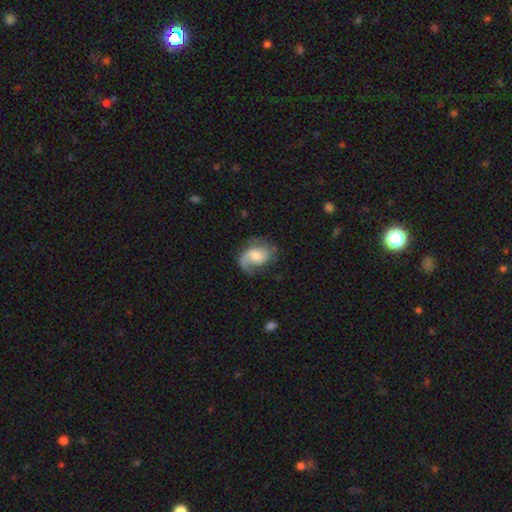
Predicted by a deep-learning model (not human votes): smooth_or_featured: featured or disk (p=0.76) [alt: smooth p=0.18]
disk_edge_on: no (p=0.97) [alt: yes p=0.03]
bar: no (p=0.56) [alt: weak p=0.37]
has_spiral_arms: yes (p=0.93) [alt: no p=0.07]
spiral_winding: medium (p=0.44) [alt: loose p=0.36]
spiral_arm_count: 2 (p=0.58) [alt: 1 p=0.31]
bulge_size: moderate (p=0.51) [alt: small p=0.30]
merging: none (p=0.58) [alt: minor disturbance p=0.23]